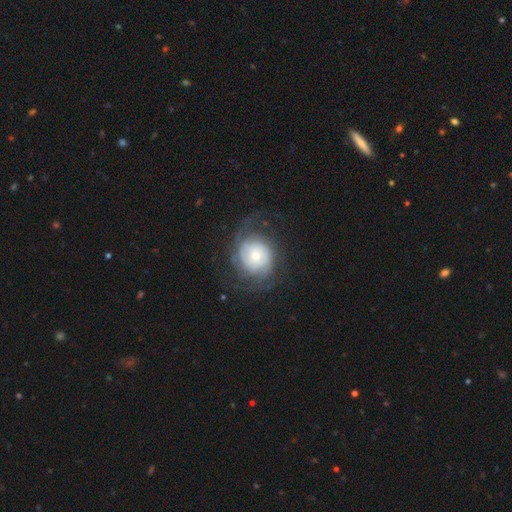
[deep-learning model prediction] Morphology: type=featured or disk (69%); edge-on=no (97%); bar=no (76%); spiral arms=yes (88%); winding=tight (55%); arm count=can't tell (36%, tied with 2); bulge=small (46%); merging=none (63%).